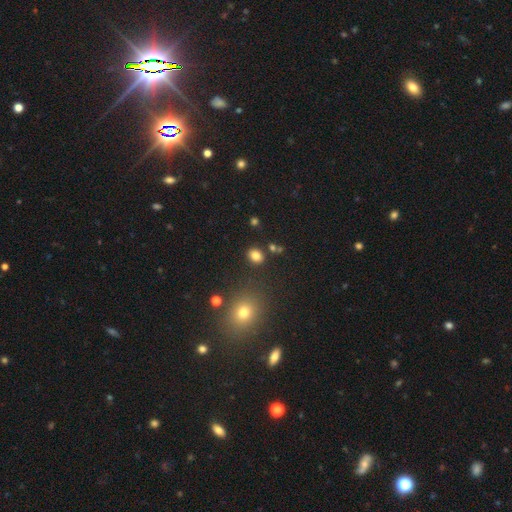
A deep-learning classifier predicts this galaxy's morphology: Smooth or featured?
  - smooth: 81% *
  - star or artifact: 13%
  - featured or disk: 6%
How rounded?
  - round: 54% *
  - in between: 45%
  - cigar-shaped: 1%
Merging?
  - none: 83% *
  - minor disturbance: 9%
  - merger: 5%
  - major disturbance: 3%